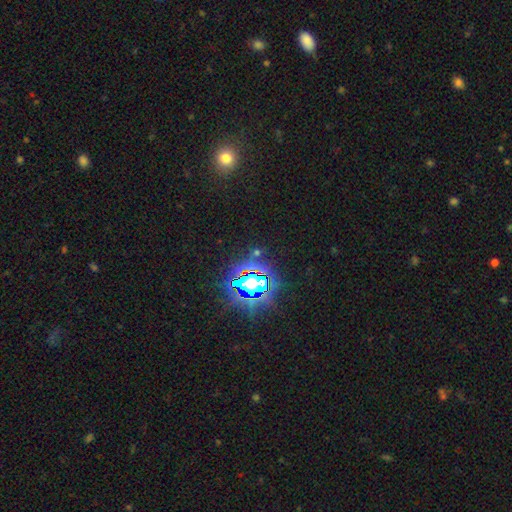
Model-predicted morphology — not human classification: A star or artifact, not a galaxy (76%).